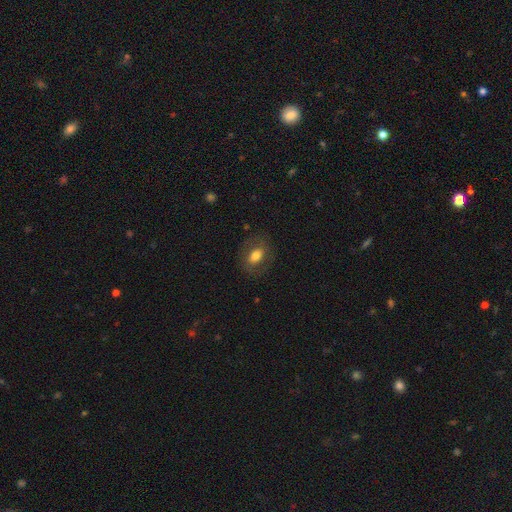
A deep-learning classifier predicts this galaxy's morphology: A smooth galaxy with no disk features (69%) that is in between round and cigar-shaped (76%).

Vote fractions:
- Smooth or featured? smooth: 69% / featured or disk: 23% / star or artifact: 8%
- How rounded? in between: 76% / round: 22% / cigar-shaped: 2%
- Merging? none: 79% / minor disturbance: 13% / major disturbance: 7% / merger: 1%